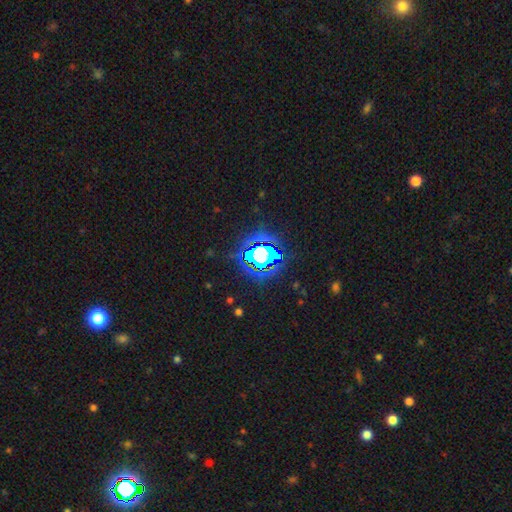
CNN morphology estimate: Smooth or featured? Predicted: star or artifact (p=0.72).